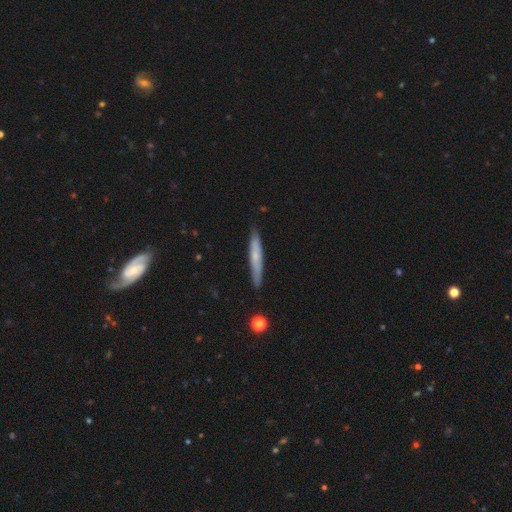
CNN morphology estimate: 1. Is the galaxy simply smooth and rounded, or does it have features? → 55% smooth, 39% featured or disk, 6% star or artifact.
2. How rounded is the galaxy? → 94% cigar-shaped, 4% in between, 1% round.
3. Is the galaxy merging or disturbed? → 87% none, 10% minor disturbance, 2% major disturbance, 1% merger.